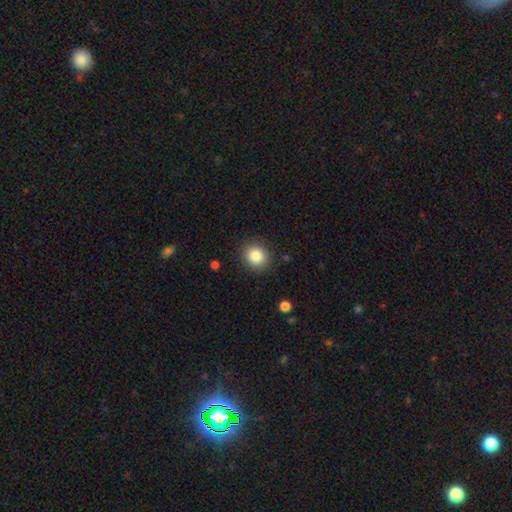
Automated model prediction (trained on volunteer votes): smooth_or_featured: smooth (p=0.84) [alt: star or artifact p=0.09]
how_rounded: round (p=0.84) [alt: in between p=0.15]
merging: none (p=0.89) [alt: minor disturbance p=0.08]